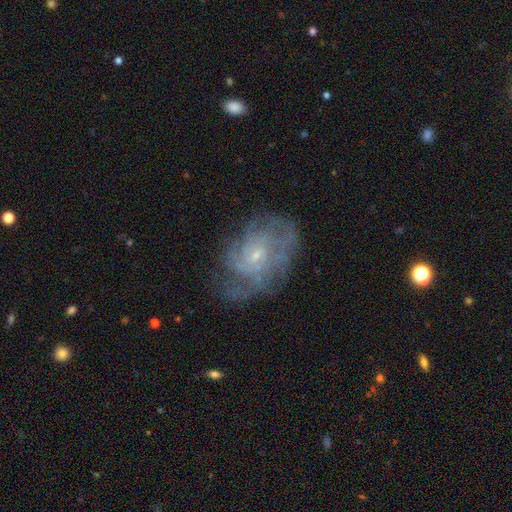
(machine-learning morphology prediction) Smooth or featured: featured or disk — 78% (smooth — 14%)
Edge-on disk: no — 97% (yes — 3%)
Bar: no — 61% (weak — 34%)
Spiral arms: yes — 88% (no — 12%)
Spiral winding: tight — 53% (medium — 35%)
Spiral arm count: can't tell — 45% (4 — 17%)
Bulge size: small — 76% (moderate — 17%)
Merging: none — 62% (minor disturbance — 22%)